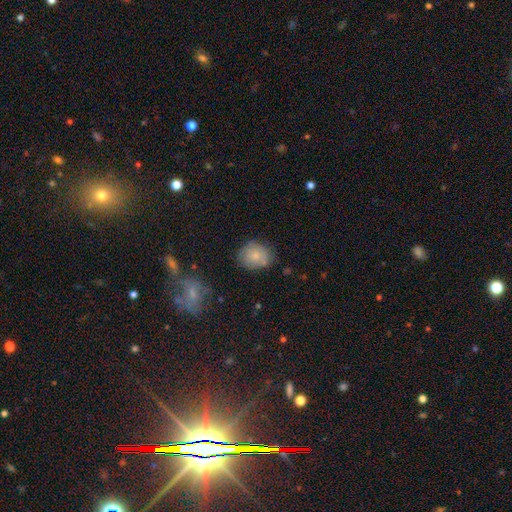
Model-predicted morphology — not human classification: smooth 74%, featured or disk 18%, star or artifact 8%. Down the decision tree: how rounded — round (55%); merging — none (67%).